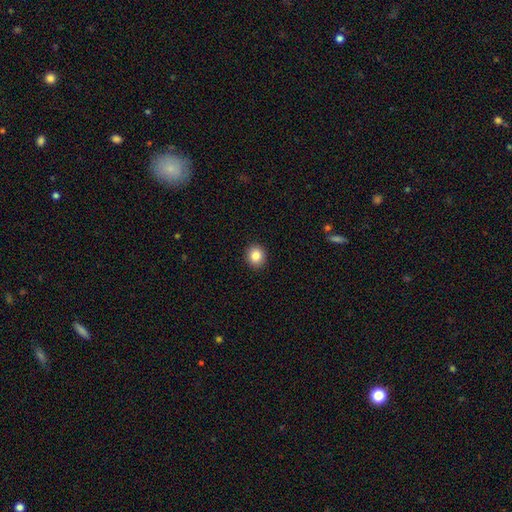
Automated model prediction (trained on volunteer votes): This appears to be a smooth galaxy with no disk features (85%) that is round (77%). Merging: none (92%).